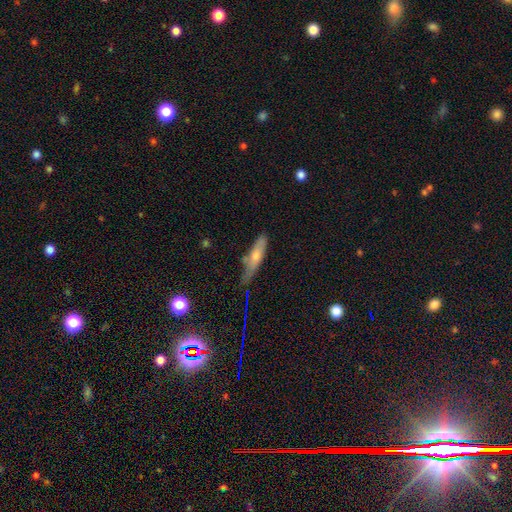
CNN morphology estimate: A smooth galaxy with no disk features (56%) that is cigar-shaped (72%).

Vote fractions:
- Smooth or featured? smooth: 56% / featured or disk: 35% / star or artifact: 9%
- How rounded? cigar-shaped: 72% / in between: 25% / round: 3%
- Merging? none: 52% / minor disturbance: 34% / major disturbance: 10% / merger: 4%